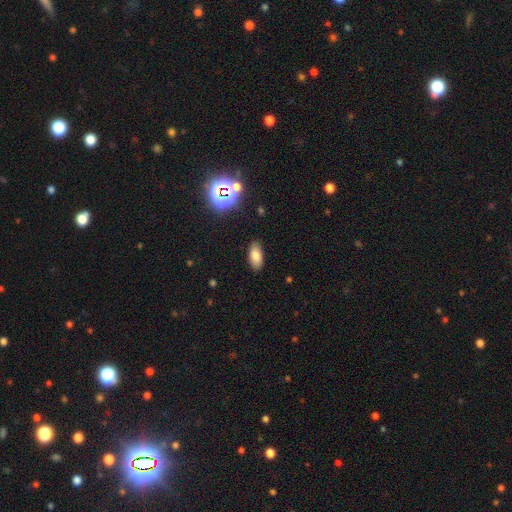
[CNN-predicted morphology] Smooth or featured?
  - smooth: 81% *
  - star or artifact: 11%
  - featured or disk: 8%
How rounded?
  - in between: 91% *
  - cigar-shaped: 6%
  - round: 3%
Merging?
  - none: 86% *
  - minor disturbance: 10%
  - major disturbance: 3%
  - merger: 1%